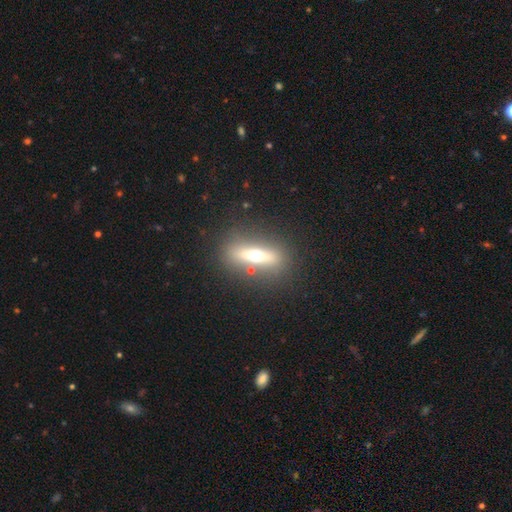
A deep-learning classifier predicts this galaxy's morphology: Overall: featured or disk (45%; smooth 43%). Merging: none (81%).